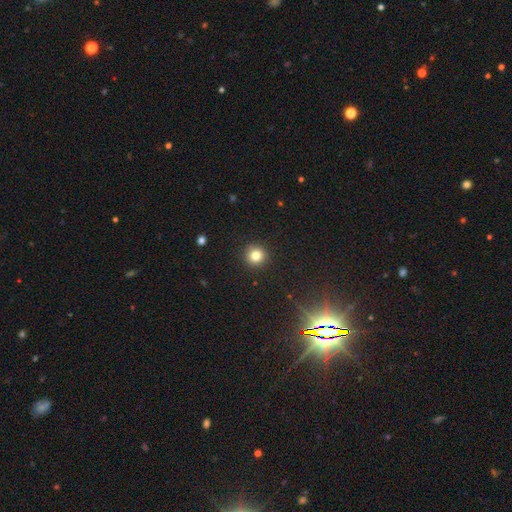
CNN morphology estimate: smooth_or_featured: smooth (p=0.80) [alt: star or artifact p=0.13]
how_rounded: round (p=0.94) [alt: in between p=0.05]
merging: none (p=0.92) [alt: minor disturbance p=0.05]